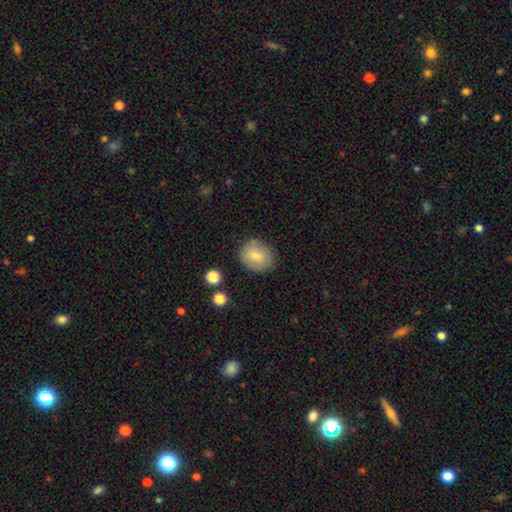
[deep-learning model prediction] A smooth galaxy with no disk features (72%) that is round (67%).

Vote fractions:
- Smooth or featured? smooth: 72% / featured or disk: 20% / star or artifact: 8%
- How rounded? round: 67% / in between: 32% / cigar-shaped: 1%
- Merging? none: 81% / minor disturbance: 13% / major disturbance: 3% / merger: 2%